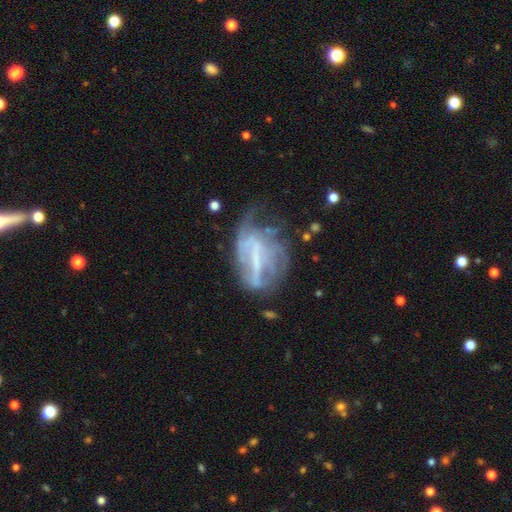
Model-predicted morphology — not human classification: This is likely a featured or disk galaxy (69%). It is clearly not viewed edge-on (94%). Bar: marginally strong (41%). Spiral arm pattern: possibly no (57%). Central bulge: possibly none (52%). Merging: marginally major disturbance (38%).